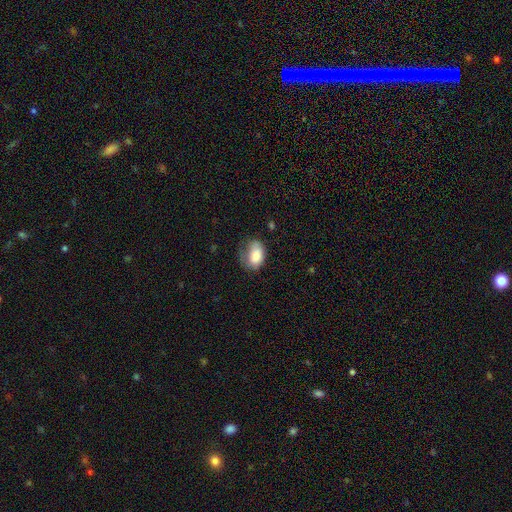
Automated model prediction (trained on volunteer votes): A smooth galaxy with no disk features (78%) that is in between round and cigar-shaped (86%).

Vote fractions:
- Smooth or featured? smooth: 78% / featured or disk: 15% / star or artifact: 7%
- How rounded? in between: 86% / round: 13% / cigar-shaped: 1%
- Merging? none: 40% / minor disturbance: 35% / major disturbance: 23% / merger: 2%